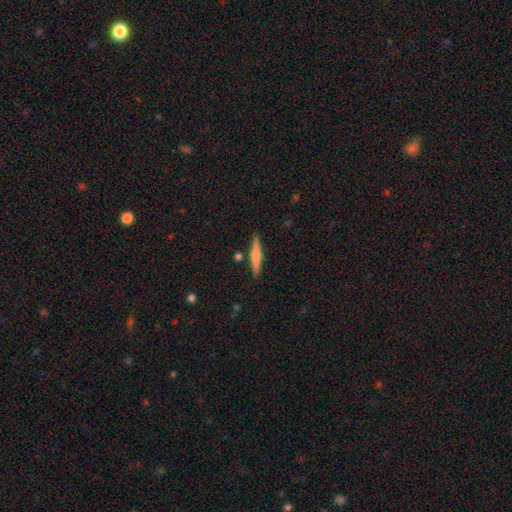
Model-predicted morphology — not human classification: Smooth or featured? Predicted: smooth (p=0.58). How rounded? Predicted: cigar-shaped (p=0.91). Merging? Predicted: none (p=0.86).